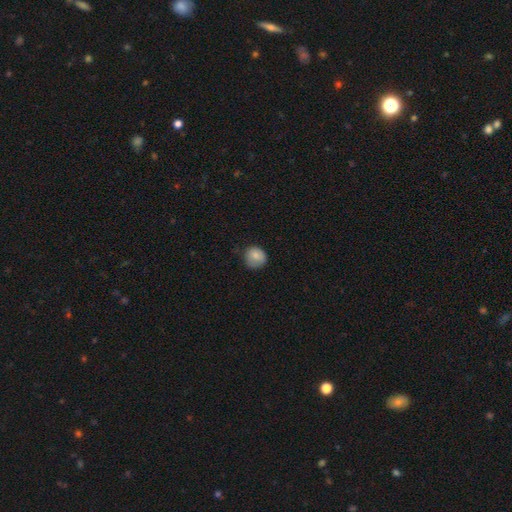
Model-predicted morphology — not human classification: type=smooth (82%); roundness=round (84%); merging=none (68%).